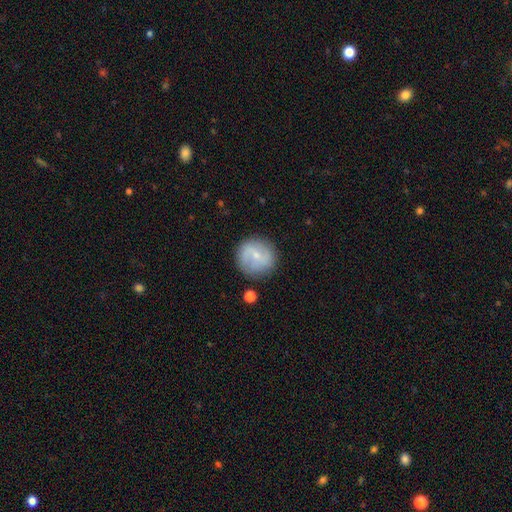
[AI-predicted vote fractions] Smooth or featured?
  - featured or disk: 48% *
  - smooth: 44%
  - star or artifact: 8%
Merging?
  - none: 81% *
  - minor disturbance: 12%
  - major disturbance: 4%
  - merger: 3%